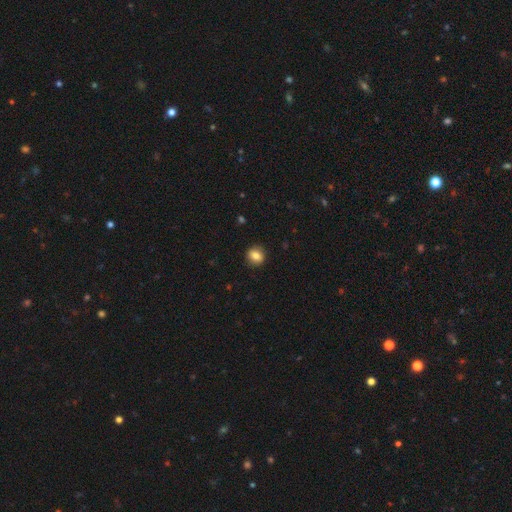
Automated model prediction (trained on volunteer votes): smooth-or-featured: smooth: 80% | featured or disk: 10% | star or artifact: 9%
  how-rounded: round: 73% | in between: 26% | cigar-shaped: 1%
  merging: none: 89% | minor disturbance: 8% | major disturbance: 2% | merger: 1%